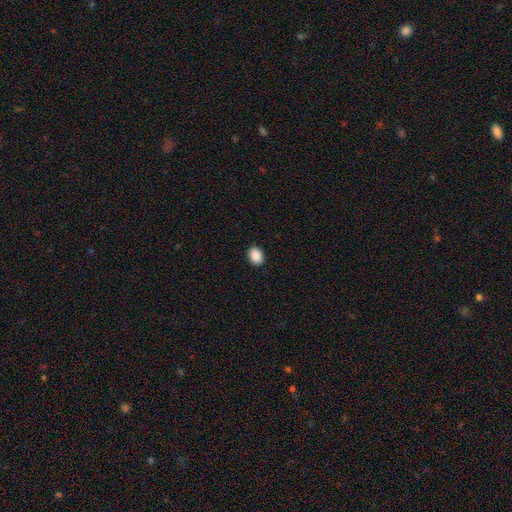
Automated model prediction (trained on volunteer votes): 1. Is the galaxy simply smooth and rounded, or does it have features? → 90% smooth, 8% star or artifact, 2% featured or disk.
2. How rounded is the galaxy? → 69% in between, 30% round, 1% cigar-shaped.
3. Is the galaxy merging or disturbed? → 91% none, 7% minor disturbance, 2% major disturbance, 1% merger.